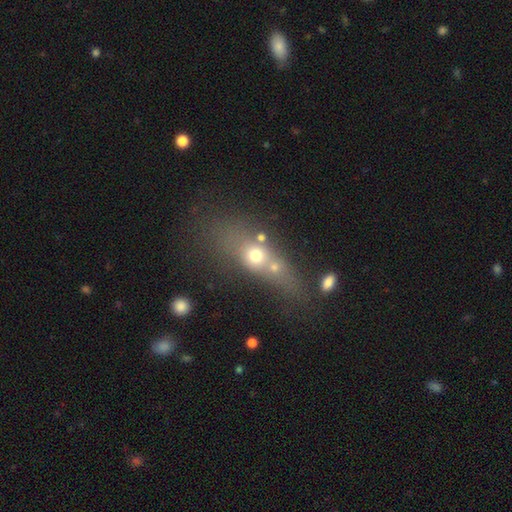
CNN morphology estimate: smooth_or_featured: smooth (p=0.58) [alt: featured or disk p=0.24]
how_rounded: in between (p=0.43) [alt: round p=0.36]
merging: merger (p=0.46) [alt: none p=0.33]